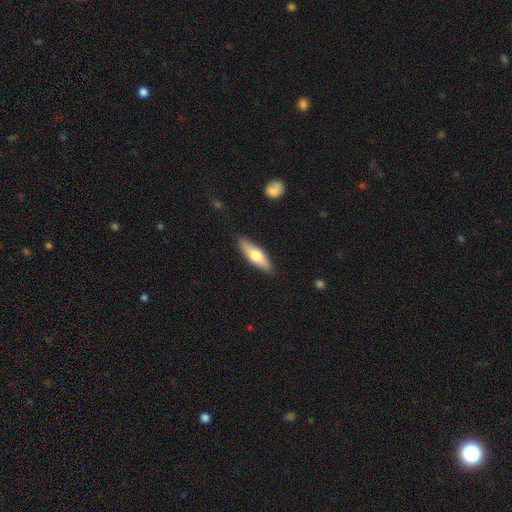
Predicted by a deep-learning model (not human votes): Smooth or featured? smooth (63%)
How rounded? in between (52%)
Merging? none (87%)